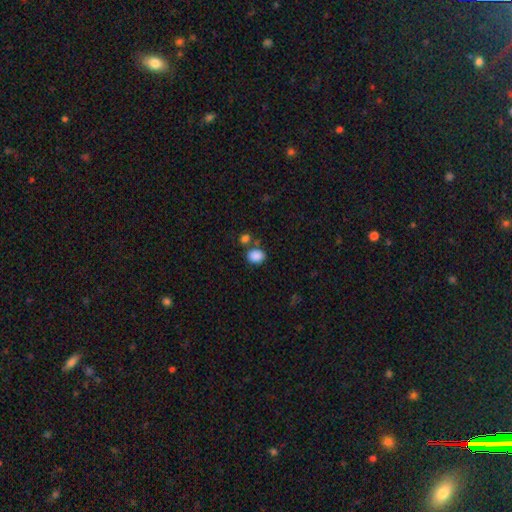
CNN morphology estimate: Overall: smooth (88%). How rounded: in between (52%; round 47%). Merging: none (66%).